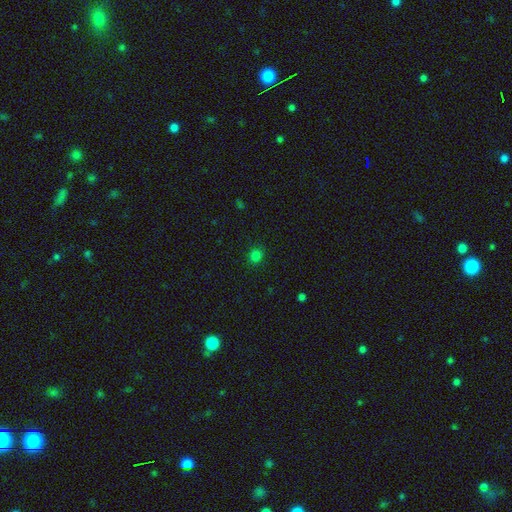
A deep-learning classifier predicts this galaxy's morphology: Smooth or featured?
  - smooth: 79% *
  - star or artifact: 17%
  - featured or disk: 4%
How rounded?
  - round: 81% *
  - in between: 18%
  - cigar-shaped: 1%
Merging?
  - none: 90% *
  - minor disturbance: 7%
  - major disturbance: 2%
  - merger: 1%